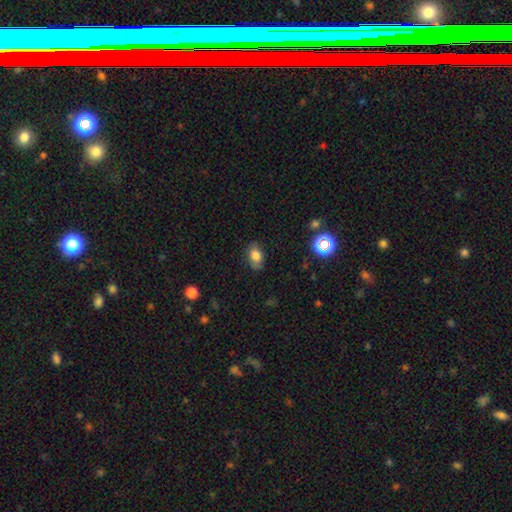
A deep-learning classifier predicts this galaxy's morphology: Smooth or featured? smooth (78%)
How rounded? in between (84%)
Merging? none (79%)